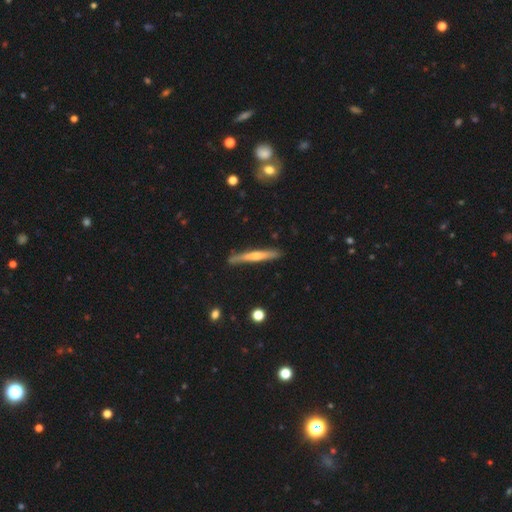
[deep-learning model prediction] This appears to be a featured or disk galaxy (57%) viewed edge-on (96%) with a rounded central bulge (64%). Merging: none (85%).